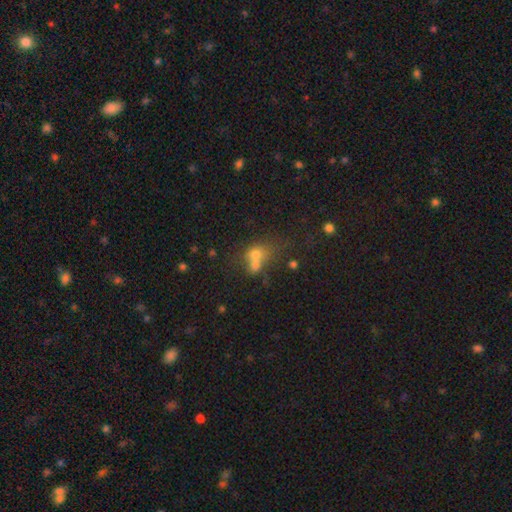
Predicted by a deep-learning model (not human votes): Smooth or featured: smooth — 58% (featured or disk — 21%)
How rounded: round — 60% (in between — 38%)
Merging: merger — 58% (none — 26%)